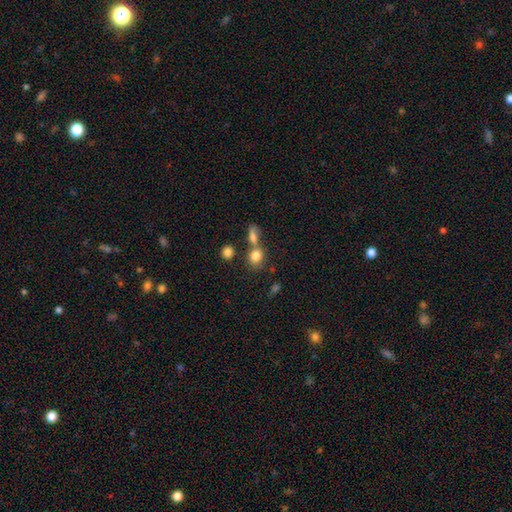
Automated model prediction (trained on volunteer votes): Overall: smooth (80%). How rounded: round (66%; in between 32%). Merging: none (49%; merger 36%).